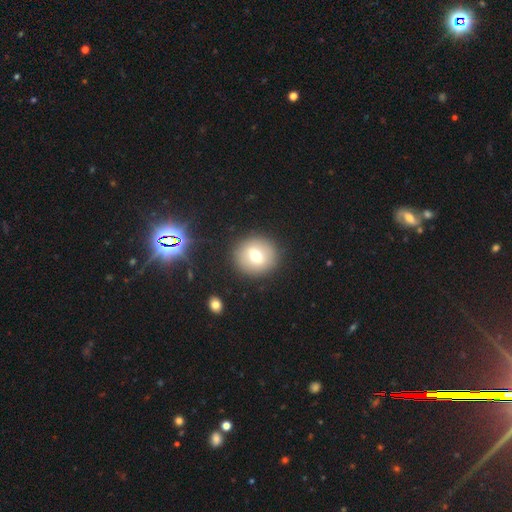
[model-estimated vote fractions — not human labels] Smooth or featured?
  - smooth: 63% *
  - featured or disk: 26%
  - star or artifact: 12%
How rounded?
  - round: 85% *
  - in between: 14%
  - cigar-shaped: 1%
Merging?
  - none: 88% *
  - minor disturbance: 7%
  - major disturbance: 3%
  - merger: 1%